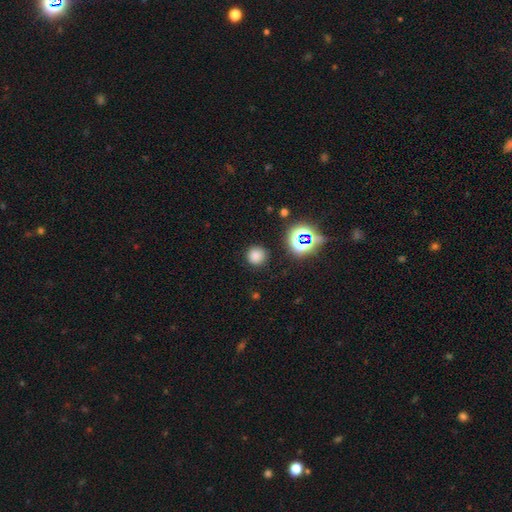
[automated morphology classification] This is likely a smooth galaxy (75%). How rounded: clearly round (93%). Merging: clearly none (86%).